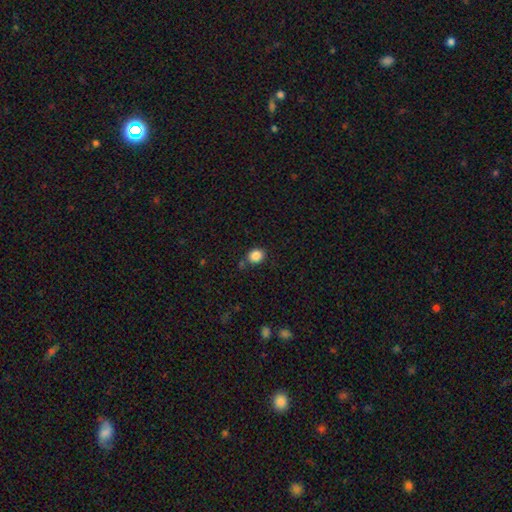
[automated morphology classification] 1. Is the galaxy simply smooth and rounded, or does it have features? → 86% smooth, 10% star or artifact, 4% featured or disk.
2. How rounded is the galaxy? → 70% round, 29% in between, 1% cigar-shaped.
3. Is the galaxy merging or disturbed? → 78% none, 12% minor disturbance, 6% merger, 3% major disturbance.